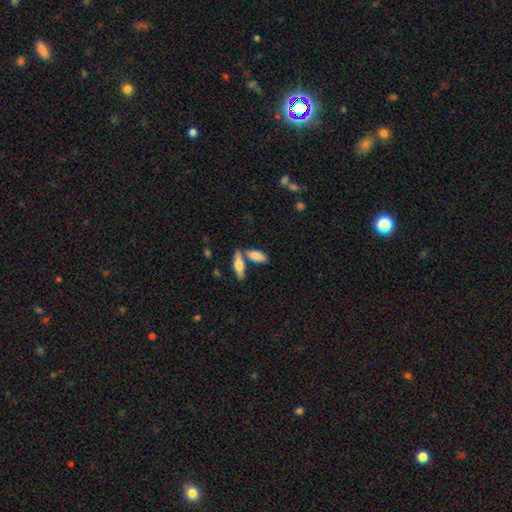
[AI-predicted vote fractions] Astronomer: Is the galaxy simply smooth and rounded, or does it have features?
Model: smooth — 73%.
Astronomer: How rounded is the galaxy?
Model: in between — 73%.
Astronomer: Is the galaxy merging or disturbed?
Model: none — 61%.